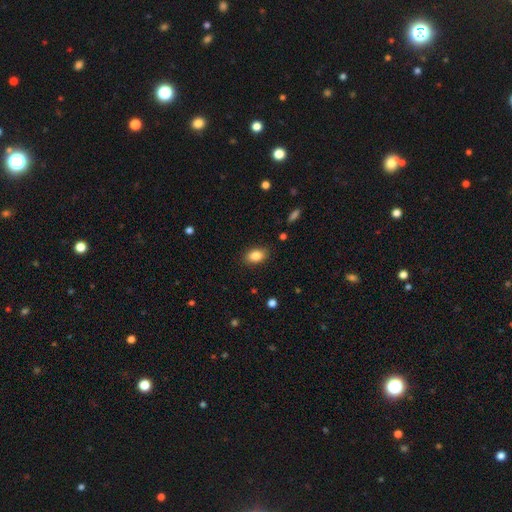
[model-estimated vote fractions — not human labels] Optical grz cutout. It shows a smooth galaxy with no disk features (85%) that is in between round and cigar-shaped (87%). Merging: none (86%).